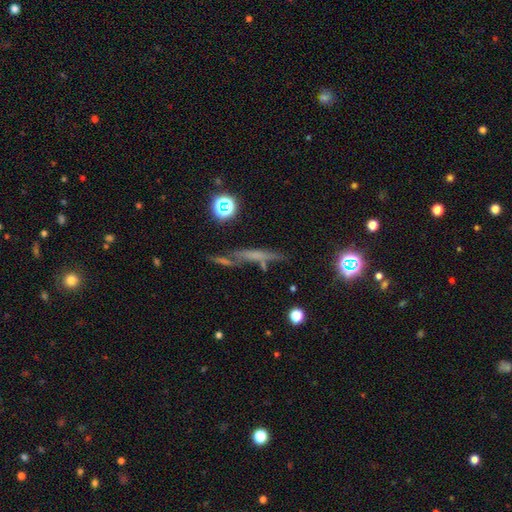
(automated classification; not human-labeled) Smooth or featured?
  - featured or disk: 40% *
  - smooth: 39%
  - star or artifact: 21%
Merging?
  - none: 63% *
  - minor disturbance: 17%
  - merger: 11%
  - major disturbance: 9%